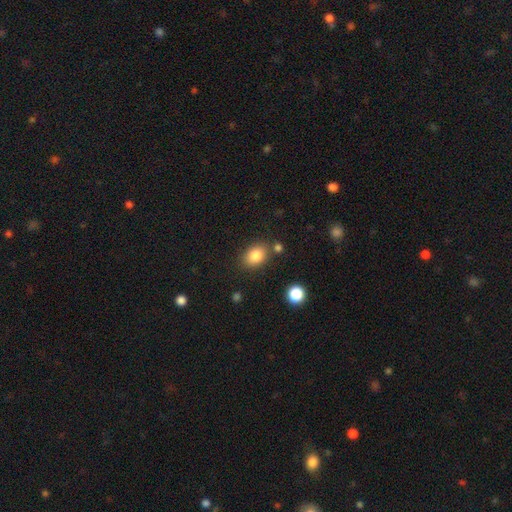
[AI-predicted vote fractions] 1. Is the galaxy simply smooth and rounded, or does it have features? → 83% smooth, 9% star or artifact, 7% featured or disk.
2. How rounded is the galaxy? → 68% in between, 31% round, 1% cigar-shaped.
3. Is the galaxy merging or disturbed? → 78% none, 12% minor disturbance, 7% merger, 3% major disturbance.